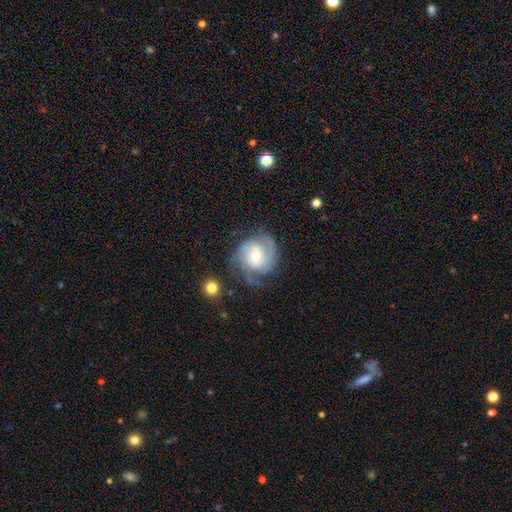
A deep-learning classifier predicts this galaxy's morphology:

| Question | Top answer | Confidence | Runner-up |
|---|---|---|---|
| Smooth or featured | featured or disk | 84% | smooth (11%) |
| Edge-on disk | no | 98% | yes (2%) |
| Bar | no | 60% | weak (33%) |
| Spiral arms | yes | 96% | no (4%) |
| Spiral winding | tight | 51% | medium (39%) |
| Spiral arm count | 2 | 45% | 3 (28%) |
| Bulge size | moderate | 61% | small (33%) |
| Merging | none | 63% | minor disturbance (22%) |